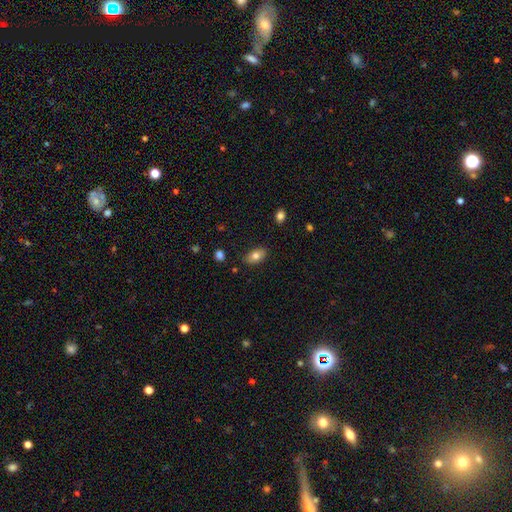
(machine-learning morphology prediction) Smooth or featured: smooth — 78% (featured or disk — 15%)
How rounded: in between — 90% (round — 8%)
Merging: none — 83% (minor disturbance — 13%)